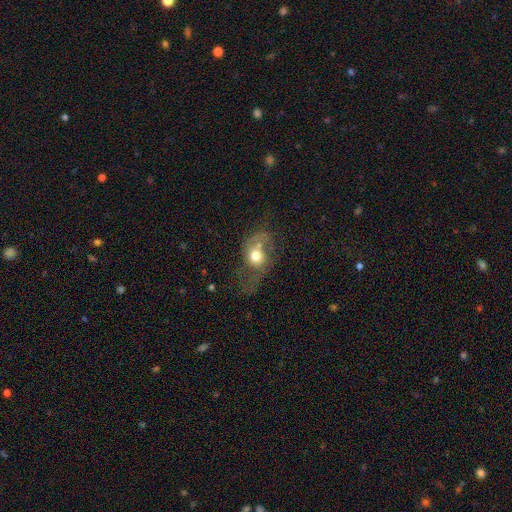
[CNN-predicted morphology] A smooth galaxy with no disk features (53%) that is round (50%).

Vote fractions:
- Smooth or featured? smooth: 53% / featured or disk: 37% / star or artifact: 10%
- How rounded? round: 50% / in between: 48% / cigar-shaped: 2%
- Merging? major disturbance: 43% / none: 25% / minor disturbance: 21% / merger: 11%